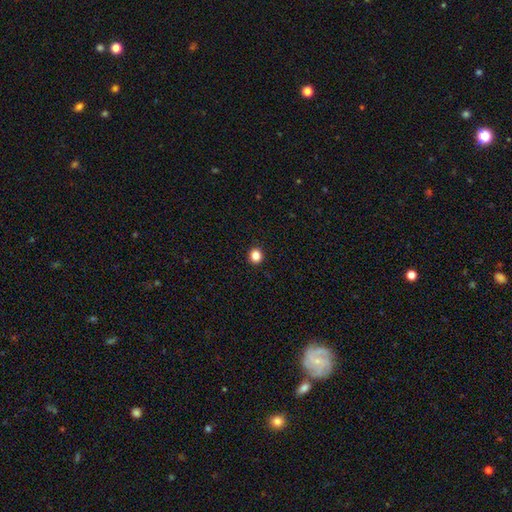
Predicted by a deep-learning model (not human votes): smooth_or_featured: smooth (p=0.85) [alt: star or artifact p=0.11]
how_rounded: round (p=0.86) [alt: in between p=0.13]
merging: none (p=0.93) [alt: minor disturbance p=0.05]